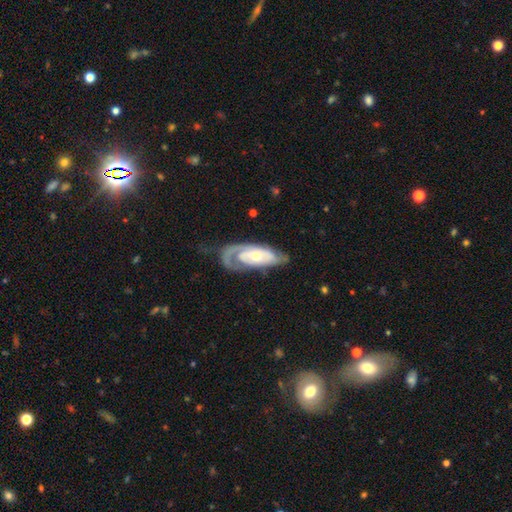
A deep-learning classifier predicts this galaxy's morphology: smooth-or-featured: featured or disk: 81% | smooth: 15% | star or artifact: 5%
  disk-edge-on: no: 92% | yes: 8%
    bar: no: 67% | weak: 25% | strong: 8%
    has-spiral-arms: yes: 91% | no: 9%
      spiral-winding: tight: 55% | medium: 33% | loose: 13%
      spiral-arm-count: 2: 41% | 1: 36% | can't tell: 16% | 3: 4% | 4: 1% | more than 4: 1%
    bulge-size: moderate: 50% | small: 42% | large: 4% | none: 2% | dominant: 1%
  merging: none: 58% | minor disturbance: 21% | major disturbance: 18% | merger: 2%